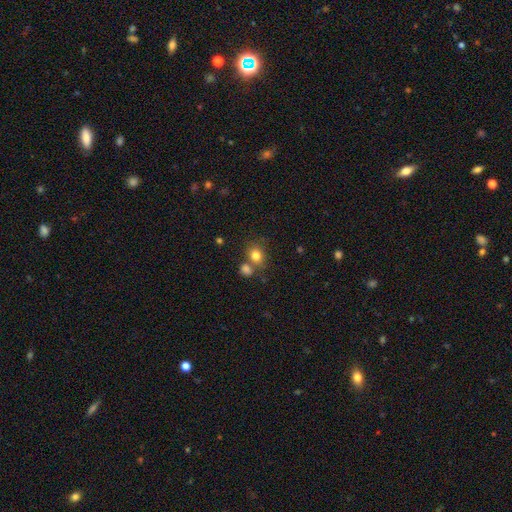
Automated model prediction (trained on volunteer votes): Smooth or featured: smooth — 80% (star or artifact — 12%)
How rounded: round — 67% (in between — 32%)
Merging: none — 59% (merger — 25%)